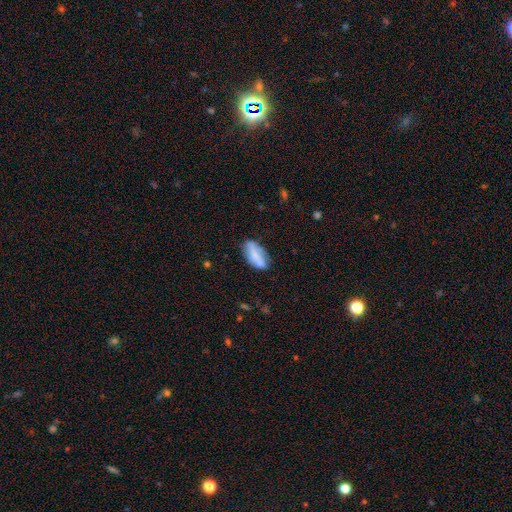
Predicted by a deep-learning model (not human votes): This appears to be a smooth galaxy with no disk features (71%) that is in between round and cigar-shaped (84%). Merging: none (61%).